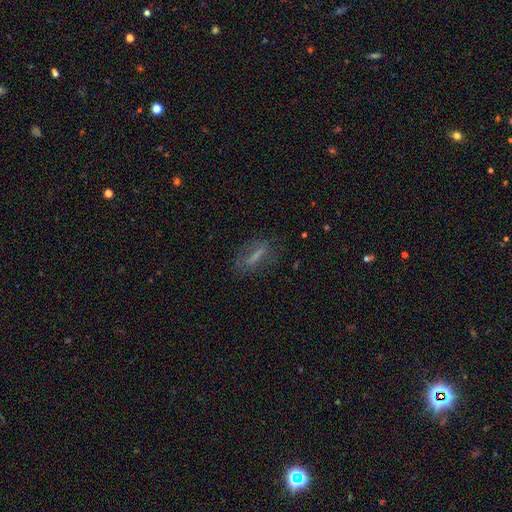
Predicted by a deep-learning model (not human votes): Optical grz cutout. It shows a smooth galaxy with no disk features (50%). Merging: none (72%).